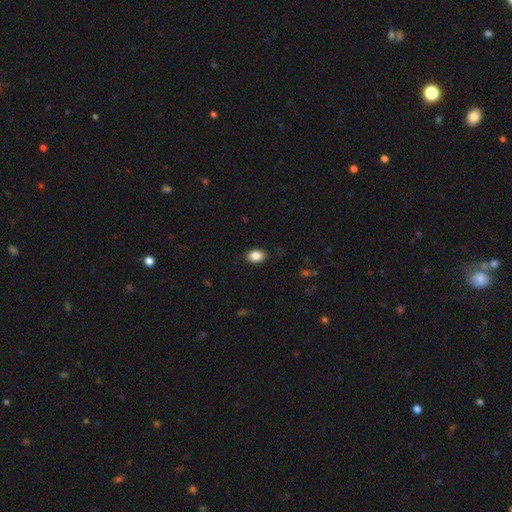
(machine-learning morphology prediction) The model was most divided on "how rounded": in between: 79%, round: 20%, cigar-shaped: 1%. More confident: merging — none (88%); smooth or featured — smooth (86%).